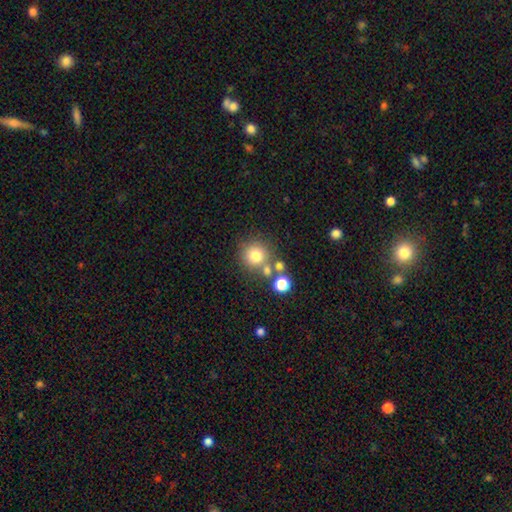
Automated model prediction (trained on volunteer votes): The model was most divided on "merging": none: 68%, merger: 18%, minor disturbance: 9%, major disturbance: 4%. More confident: how rounded — round (93%); smooth or featured — smooth (74%).